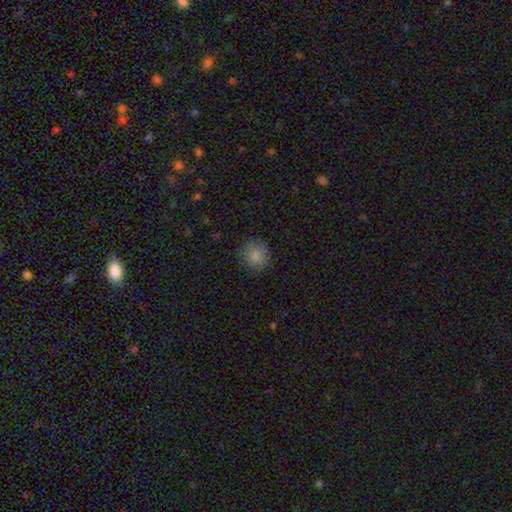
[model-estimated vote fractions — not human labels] smooth 86%, star or artifact 9%, featured or disk 5%. Down the decision tree: how rounded — round (90%); merging — none (85%).